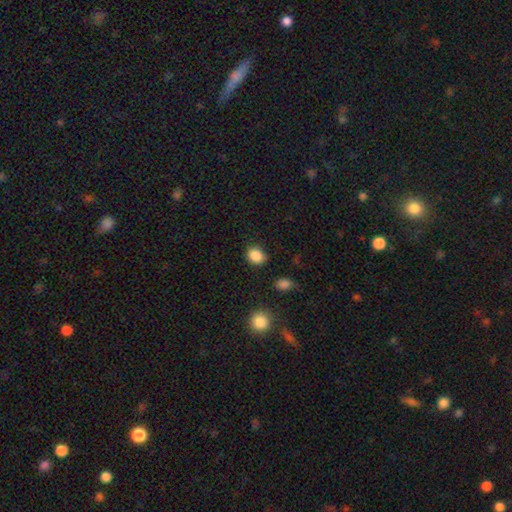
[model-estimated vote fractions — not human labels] Q: Smooth or featured?
A: smooth (87%); runner-up: star or artifact (10%)
Q: How rounded?
A: round (54%); runner-up: in between (45%)
Q: Merging?
A: none (81%); runner-up: minor disturbance (14%)